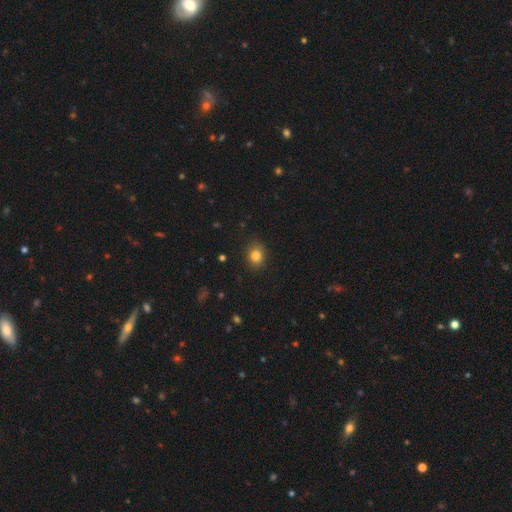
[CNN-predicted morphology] Smooth or featured? Predicted: smooth (p=0.83). How rounded? Predicted: round (p=0.55). Merging? Predicted: none (p=0.87).